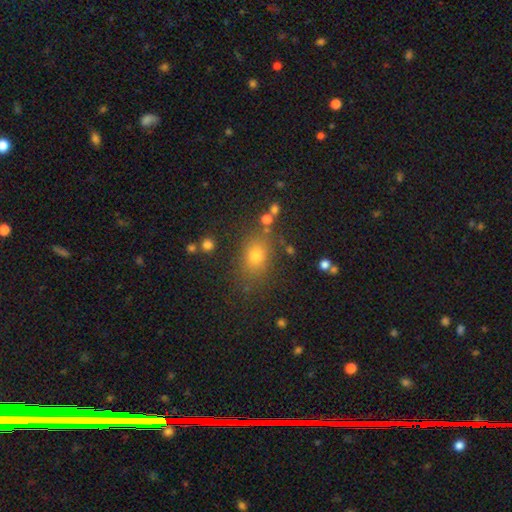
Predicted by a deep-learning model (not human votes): Morphology: type=smooth (72%); roundness=in between (60%); merging=none (78%).